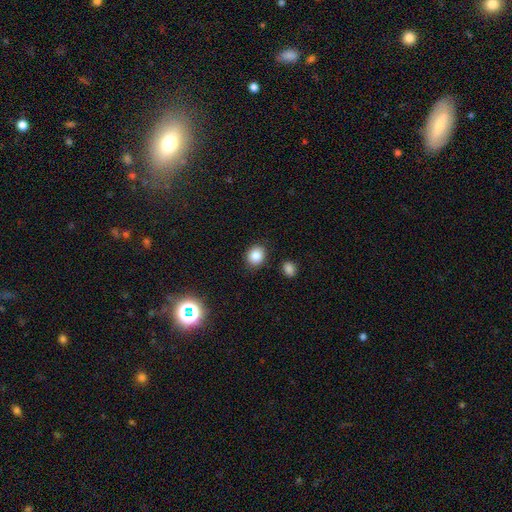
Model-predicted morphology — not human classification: smooth_or_featured: smooth (p=0.85) [alt: star or artifact p=0.10]
how_rounded: round (p=0.72) [alt: in between p=0.27]
merging: none (p=0.87) [alt: minor disturbance p=0.08]